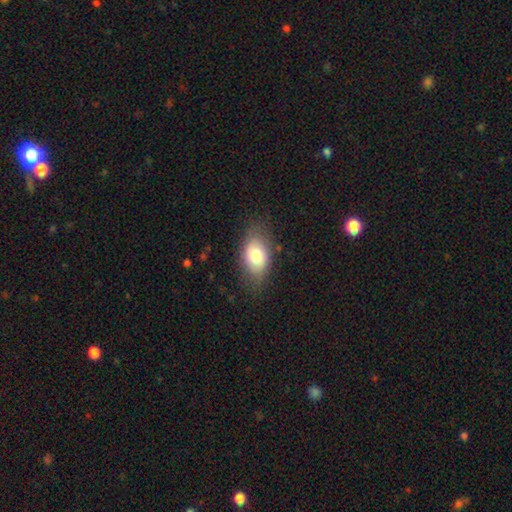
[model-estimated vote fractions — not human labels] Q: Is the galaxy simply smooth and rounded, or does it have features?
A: smooth — 75%.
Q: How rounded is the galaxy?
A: in between — 86%.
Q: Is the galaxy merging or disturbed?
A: none — 73%.